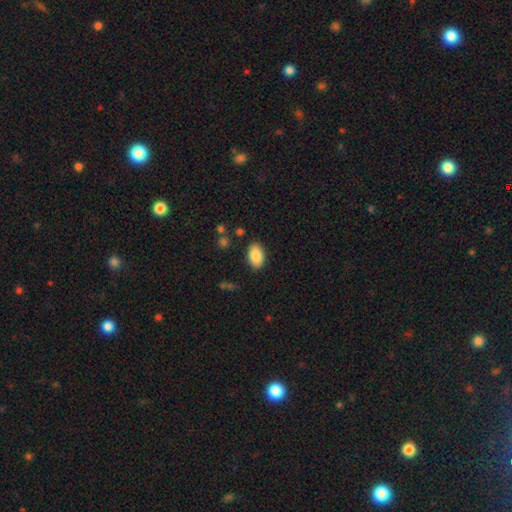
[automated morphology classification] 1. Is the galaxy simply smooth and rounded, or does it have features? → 87% smooth, 7% star or artifact, 6% featured or disk.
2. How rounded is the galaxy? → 92% in between, 7% round, 1% cigar-shaped.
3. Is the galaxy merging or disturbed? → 86% none, 10% minor disturbance, 3% major disturbance, 2% merger.